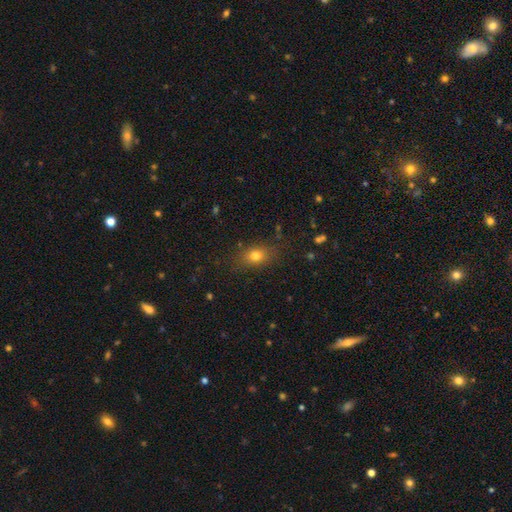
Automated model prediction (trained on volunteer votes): A smooth galaxy with no disk features (77%) that is in between round and cigar-shaped (70%). Merging: none (81%).